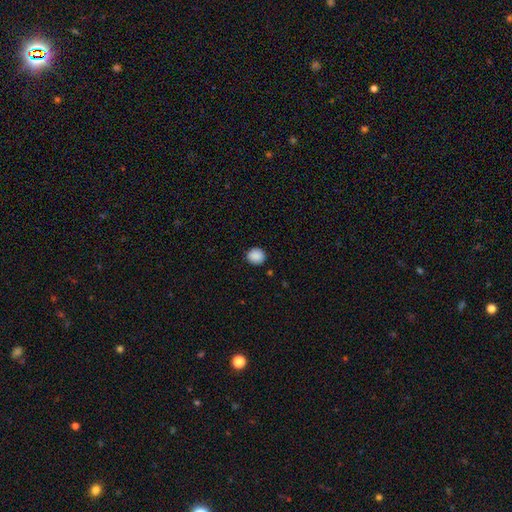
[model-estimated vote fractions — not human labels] This is clearly a smooth galaxy (89%). How rounded: clearly round (84%). Merging: clearly none (89%).